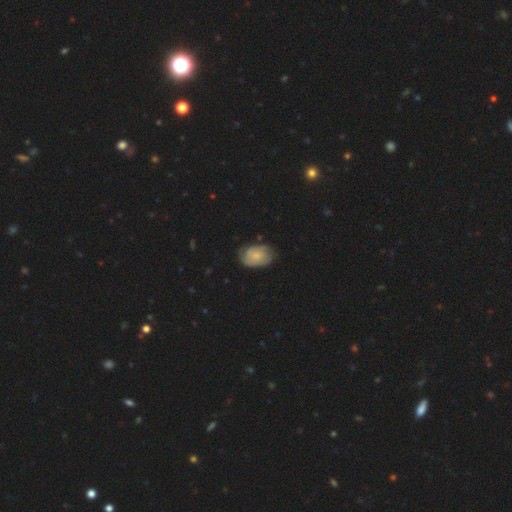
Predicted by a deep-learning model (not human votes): featured or disk 53%, smooth 40%, star or artifact 7%. Down the decision tree: edge-on disk — no (97%); bar — no (75%); spiral arms — yes (86%); bulge size — small (59%); merging — none (69%).